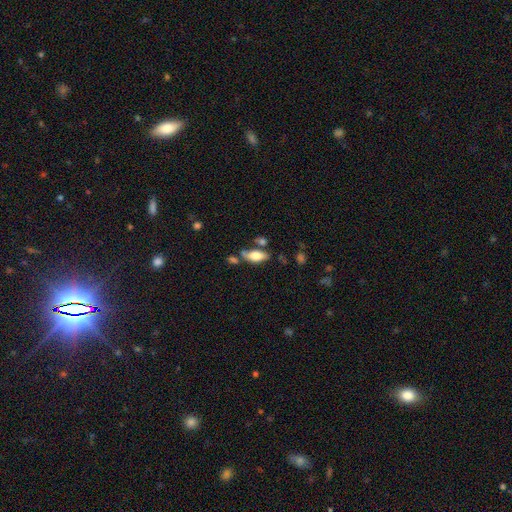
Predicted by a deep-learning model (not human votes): The model was most divided on "merging": none: 62%, minor disturbance: 17%, merger: 15%, major disturbance: 6%. More confident: how rounded — in between (82%); smooth or featured — smooth (71%).